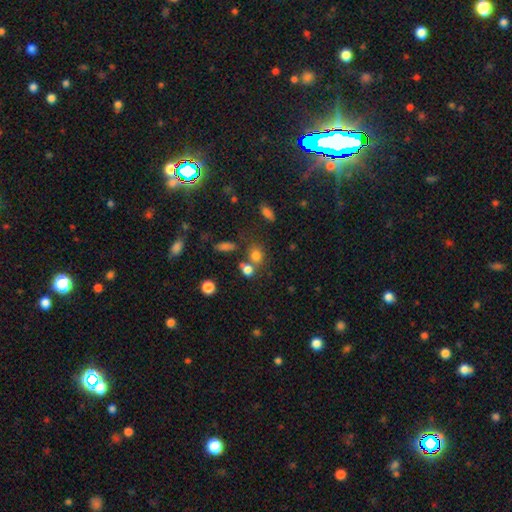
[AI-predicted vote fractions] This is likely a smooth galaxy (76%). How rounded: likely round (64%). Merging: possibly none (52%).